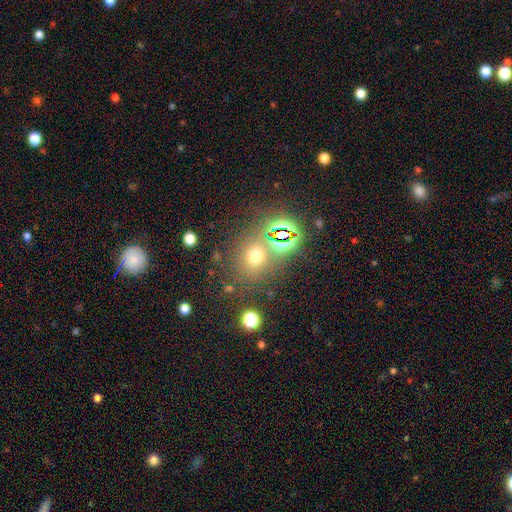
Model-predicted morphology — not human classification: Q: Smooth or featured?
A: smooth (60%); runner-up: star or artifact (29%)
Q: How rounded?
A: round (78%); runner-up: in between (21%)
Q: Merging?
A: none (71%); runner-up: merger (13%)